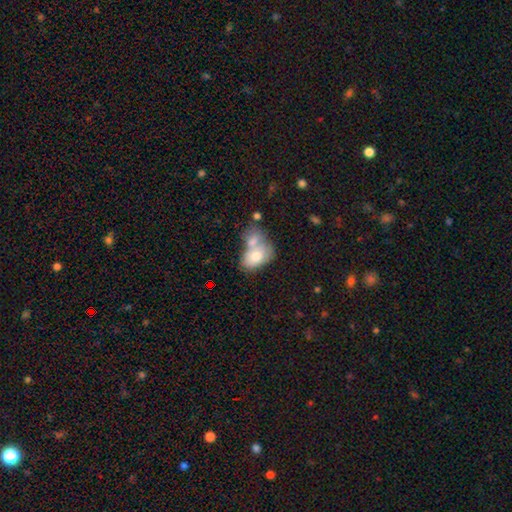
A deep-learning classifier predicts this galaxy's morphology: A smooth galaxy with no disk features (73%) that is in between round and cigar-shaped (82%). Merging: merger (61%).